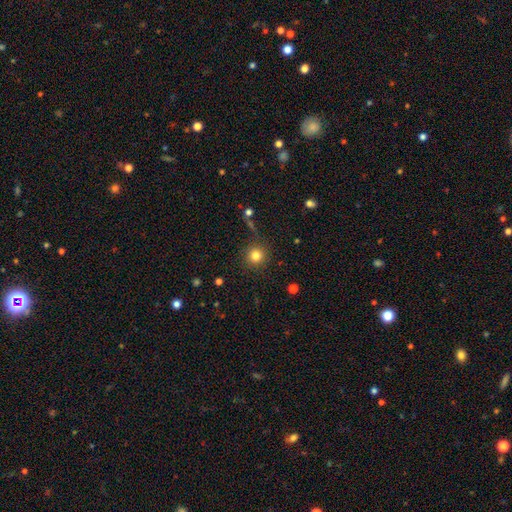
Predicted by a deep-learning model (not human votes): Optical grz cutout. It shows a smooth galaxy with no disk features (81%) that is round (94%). Merging: none (86%).